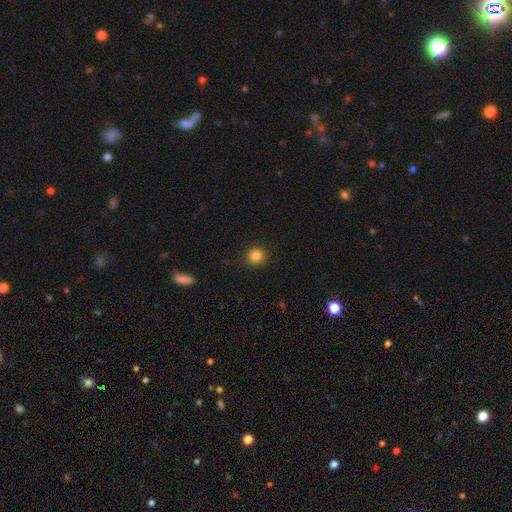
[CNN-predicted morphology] A smooth galaxy with no disk features (84%) that is round (93%). Merging: none (91%).